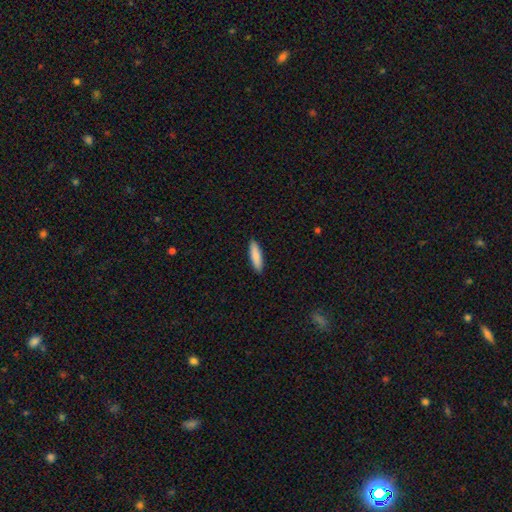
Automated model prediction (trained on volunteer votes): Smooth or featured?
  - smooth: 88% *
  - featured or disk: 7%
  - star or artifact: 5%
How rounded?
  - cigar-shaped: 69% *
  - in between: 29%
  - round: 1%
Merging?
  - none: 91% *
  - minor disturbance: 7%
  - major disturbance: 1%
  - merger: 1%